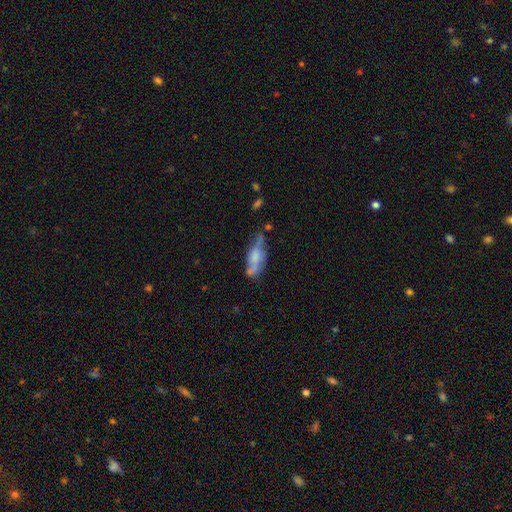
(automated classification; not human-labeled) smooth 47%, featured or disk 44%, star or artifact 9%. Down the decision tree: merging — none (42%).